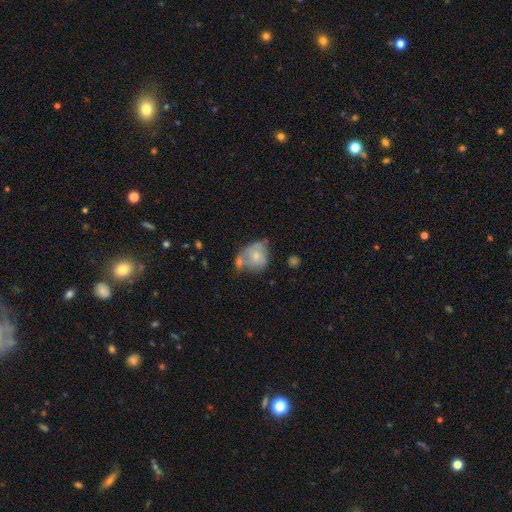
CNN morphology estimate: Smooth or featured?
  - smooth: 55% *
  - featured or disk: 37%
  - star or artifact: 8%
How rounded?
  - round: 54% *
  - in between: 45%
  - cigar-shaped: 1%
Merging?
  - none: 28% *
  - minor disturbance: 27%
  - merger: 26%
  - major disturbance: 20%